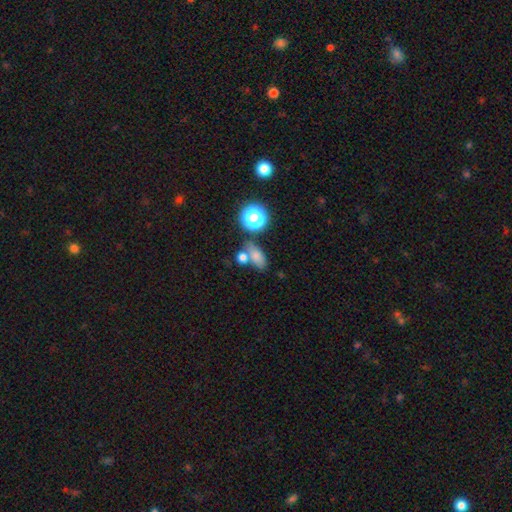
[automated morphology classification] This is likely a smooth galaxy (73%). How rounded: likely in between (76%). Merging: possibly none (55%).